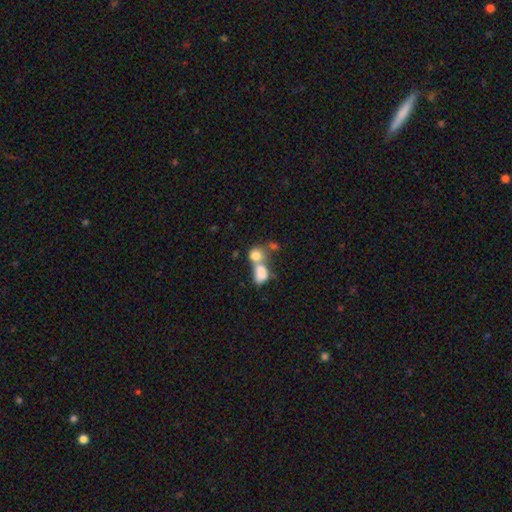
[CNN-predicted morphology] type=smooth (77%); roundness=round (52%); merging=merger (65%).